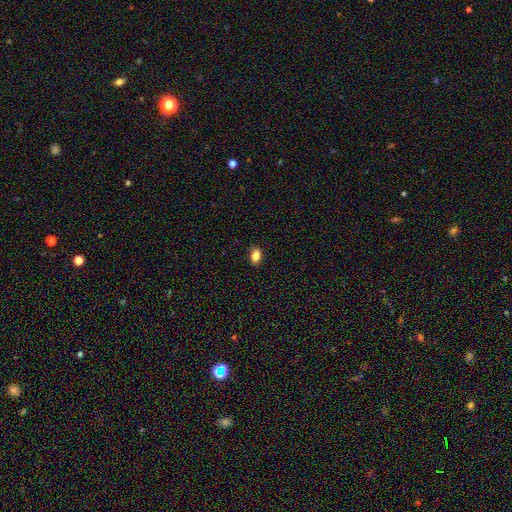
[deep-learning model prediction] A smooth galaxy with no disk features (85%) that is in between round and cigar-shaped (83%).

Vote fractions:
- Smooth or featured? smooth: 85% / star or artifact: 9% / featured or disk: 6%
- How rounded? in between: 83% / round: 15% / cigar-shaped: 2%
- Merging? none: 88% / minor disturbance: 9% / major disturbance: 2% / merger: 1%